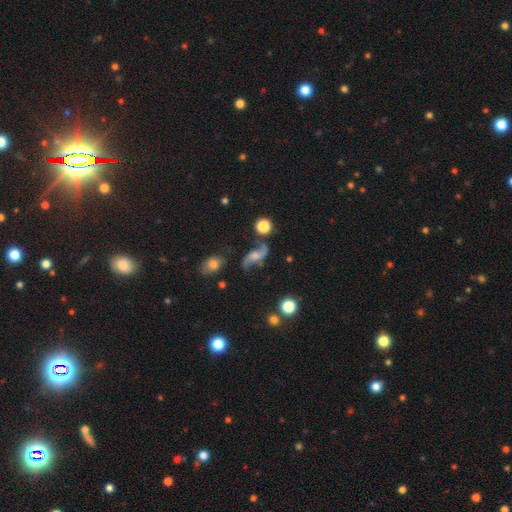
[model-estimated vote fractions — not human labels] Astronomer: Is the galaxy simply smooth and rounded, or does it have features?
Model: featured or disk — 79%.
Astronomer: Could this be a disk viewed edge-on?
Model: no — 94%.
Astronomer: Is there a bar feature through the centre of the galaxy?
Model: no — 60%.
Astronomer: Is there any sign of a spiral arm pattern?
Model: yes — 95%.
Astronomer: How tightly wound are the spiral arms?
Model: loose — 88%.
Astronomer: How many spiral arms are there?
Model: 2 — 93%.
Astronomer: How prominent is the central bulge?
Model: moderate — 40% (runner-up: small, 29%).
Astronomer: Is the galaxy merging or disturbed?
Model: none — 66%.